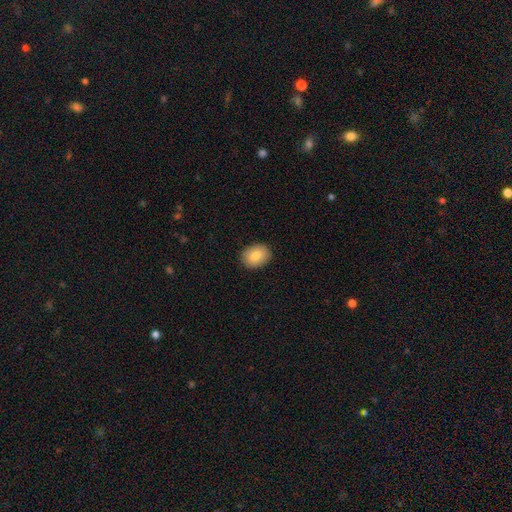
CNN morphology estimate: smooth 82%, featured or disk 10%, star or artifact 8%. Down the decision tree: how rounded — in between (59%); merging — none (89%).